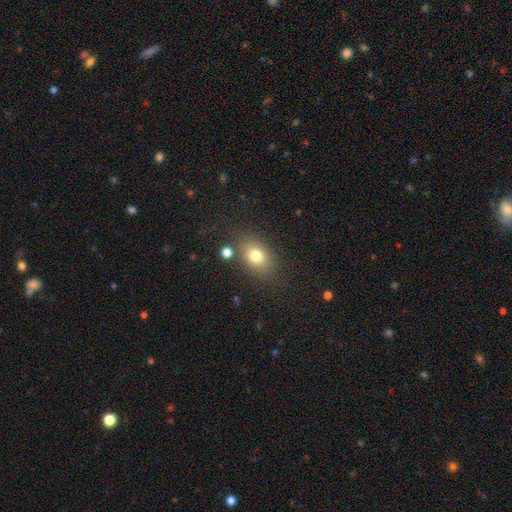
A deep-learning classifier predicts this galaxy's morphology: Overall: smooth (77%). How rounded: in between (75%). Merging: none (79%).